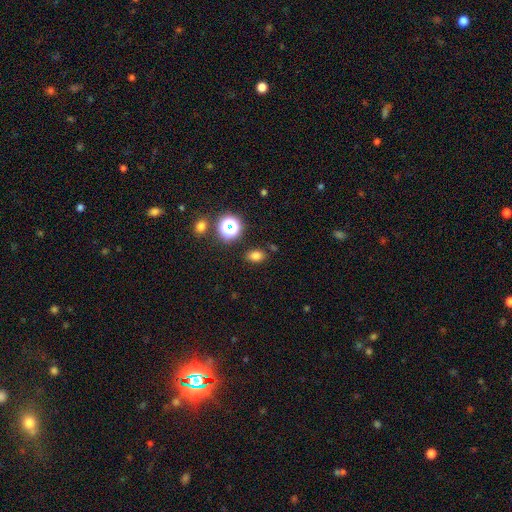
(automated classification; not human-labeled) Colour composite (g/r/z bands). It shows a smooth galaxy with no disk features (76%) that is in between round and cigar-shaped (74%). Merging: none (85%).